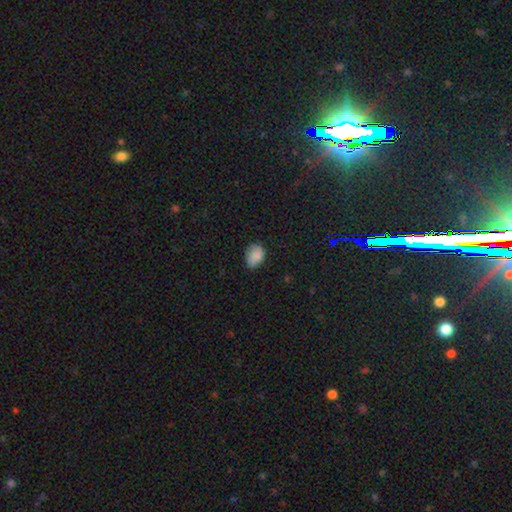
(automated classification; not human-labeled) smooth 86%, star or artifact 9%, featured or disk 5%. Down the decision tree: how rounded — in between (72%); merging — none (67%).